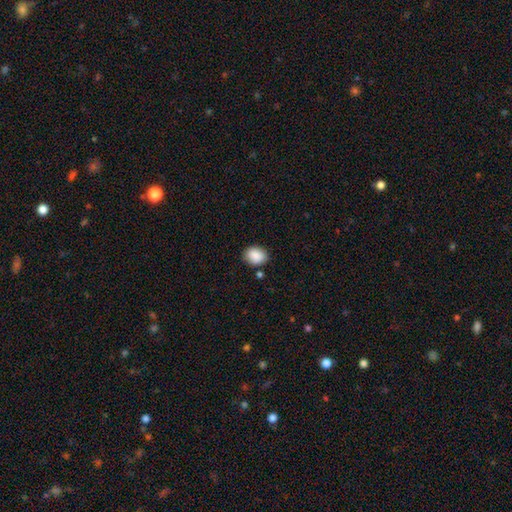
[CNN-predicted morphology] Overall: smooth (89%). How rounded: in between (62%; round 37%). Merging: none (81%).